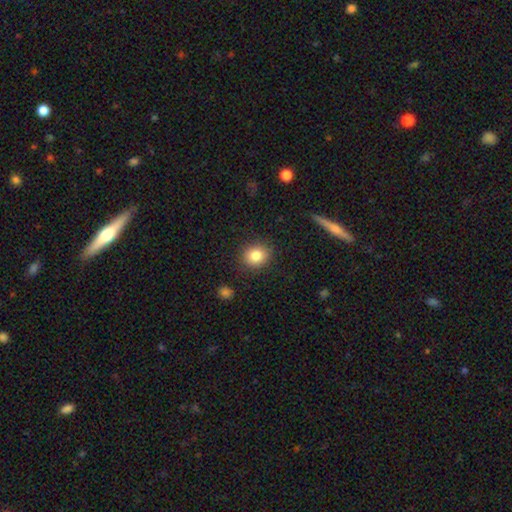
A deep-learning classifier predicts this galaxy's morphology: Smooth or featured: smooth — 83% (star or artifact — 10%)
How rounded: round — 78% (in between — 21%)
Merging: none — 87% (minor disturbance — 9%)